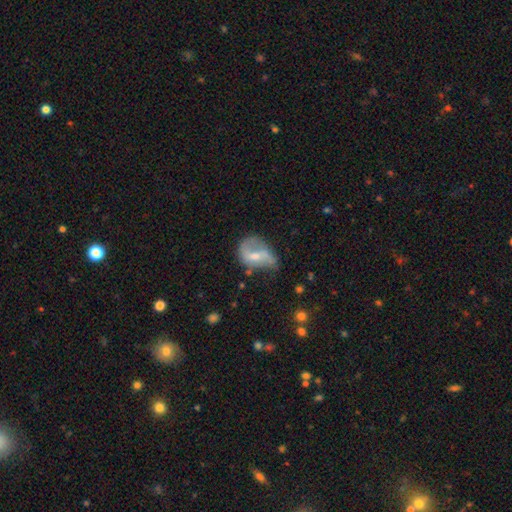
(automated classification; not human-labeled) Overall: featured or disk (60%; smooth 32%). Edge-on disk: no (96%). Bar: weak (45%; no 35%). Spiral arms: yes (71%). Bulge size: small (47%; moderate 39%). Merging: none (34%; minor disturbance 32%).